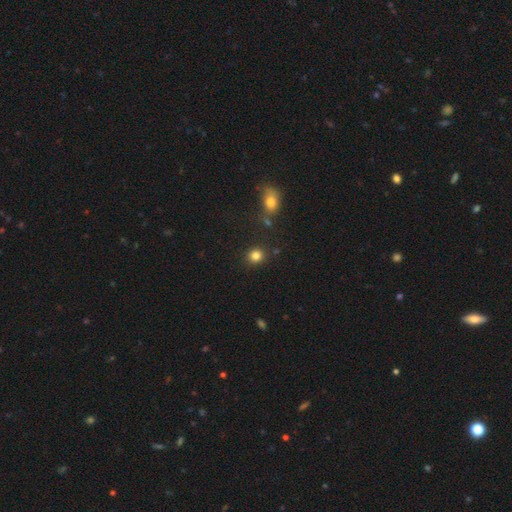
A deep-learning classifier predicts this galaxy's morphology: Smooth or featured?
  - smooth: 83% *
  - star or artifact: 12%
  - featured or disk: 5%
How rounded?
  - round: 79% *
  - in between: 20%
  - cigar-shaped: 1%
Merging?
  - none: 86% *
  - minor disturbance: 8%
  - merger: 4%
  - major disturbance: 3%